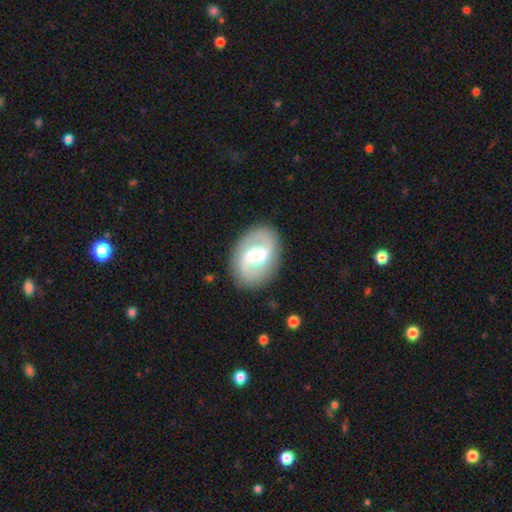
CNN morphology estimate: Smooth or featured?
  - featured or disk: 80% *
  - smooth: 15%
  - star or artifact: 5%
Edge-on disk?
  - no: 97% *
  - yes: 3%
Bar?
  - weak: 50% *
  - strong: 25%
  - no: 25%
Spiral arms?
  - yes: 90% *
  - no: 10%
Spiral winding?
  - medium: 49% *
  - loose: 32%
  - tight: 20%
Spiral arm count?
  - 2: 92% *
  - can't tell: 3%
  - 1: 2%
  - 3: 1%
  - 4: 1%
  - more than 4: 1%
Bulge size?
  - moderate: 57% *
  - large: 30%
  - small: 8%
  - dominant: 3%
  - none: 1%
Merging?
  - none: 86% *
  - minor disturbance: 9%
  - major disturbance: 4%
  - merger: 1%